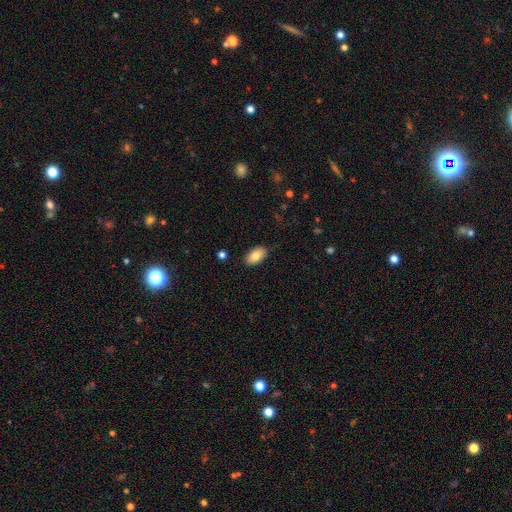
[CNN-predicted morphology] Smooth or featured? Predicted: smooth (p=0.81). How rounded? Predicted: in between (p=0.93). Merging? Predicted: none (p=0.86).